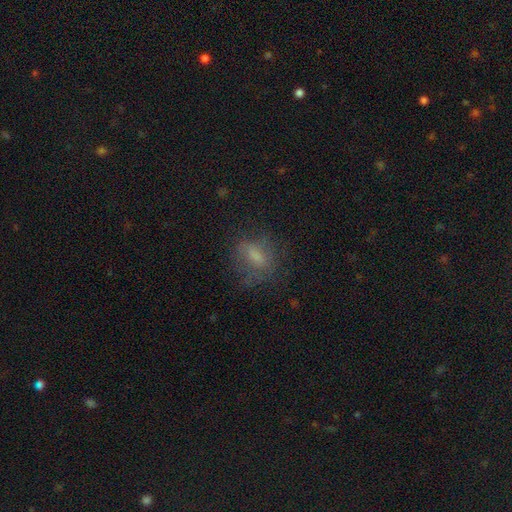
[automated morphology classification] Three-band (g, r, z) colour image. It shows a smooth galaxy with no disk features (61%) that is in between round and cigar-shaped (63%). Merging: none (60%).